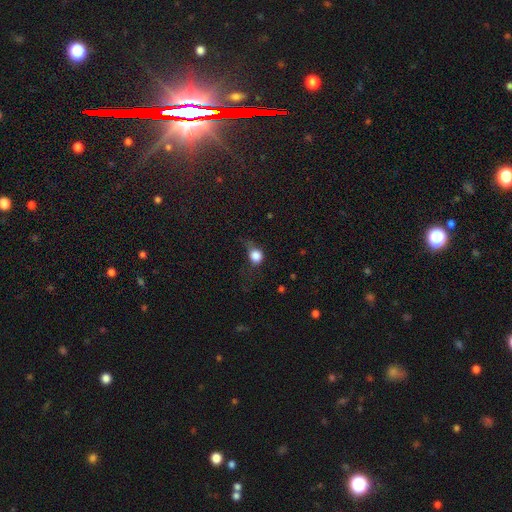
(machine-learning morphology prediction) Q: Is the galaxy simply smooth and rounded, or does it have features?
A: smooth — 81%.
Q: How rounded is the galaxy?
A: round — 78%.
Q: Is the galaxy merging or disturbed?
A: none — 40%.